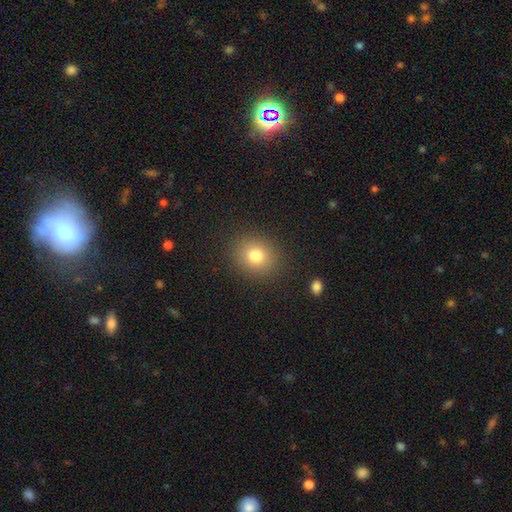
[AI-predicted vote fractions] smooth 79%, star or artifact 13%, featured or disk 9%. Down the decision tree: how rounded — round (74%); merging — none (89%).